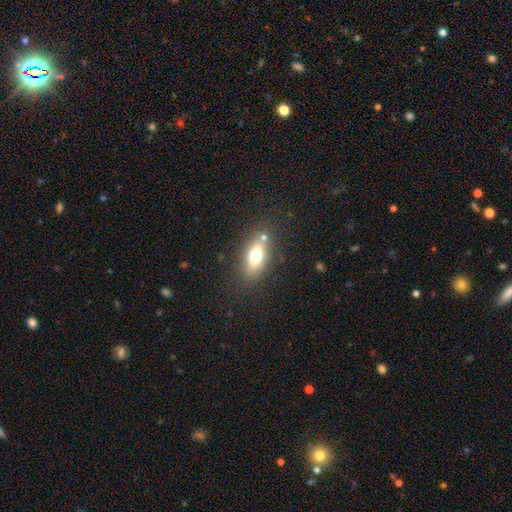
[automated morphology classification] Smooth or featured: smooth — 71% (featured or disk — 19%)
How rounded: in between — 81% (cigar-shaped — 12%)
Merging: none — 74% (minor disturbance — 13%)